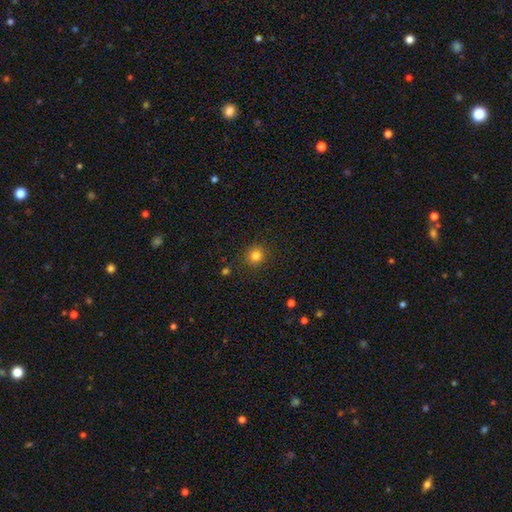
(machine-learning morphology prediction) smooth 81%, star or artifact 13%, featured or disk 6%. Down the decision tree: how rounded — round (90%); merging — none (88%).